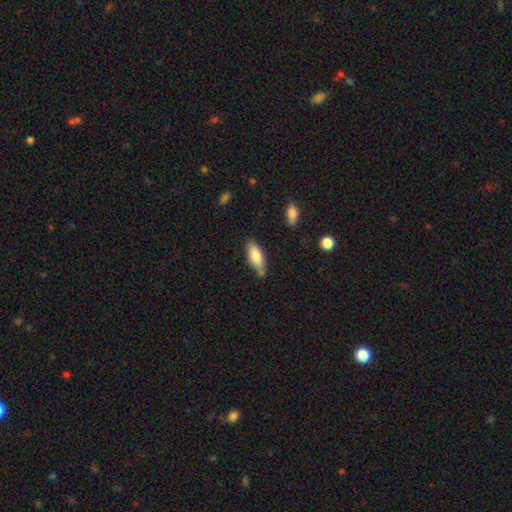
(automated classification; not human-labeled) A smooth galaxy with no disk features (79%) that is in between round and cigar-shaped (74%). Merging: none (64%).